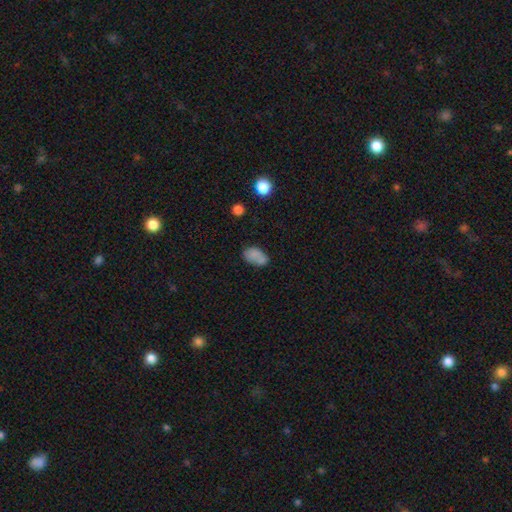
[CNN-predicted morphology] smooth_or_featured: smooth (p=0.76) [alt: featured or disk p=0.12]
how_rounded: in between (p=0.89) [alt: round p=0.10]
merging: none (p=0.54) [alt: minor disturbance p=0.25]